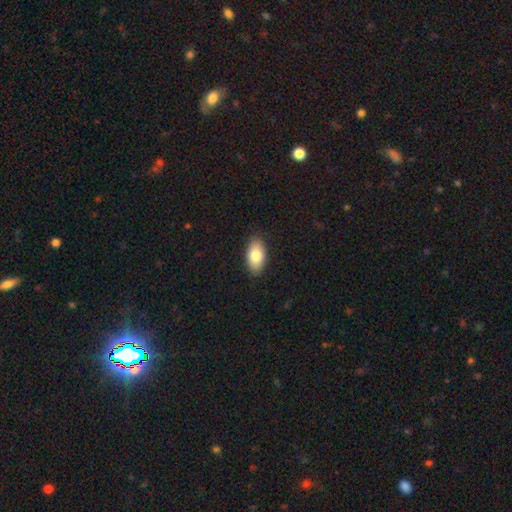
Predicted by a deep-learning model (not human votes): smooth-or-featured: smooth: 80% | featured or disk: 13% | star or artifact: 7%
  how-rounded: in between: 92% | round: 4% | cigar-shaped: 4%
  merging: none: 88% | minor disturbance: 9% | major disturbance: 2% | merger: 1%